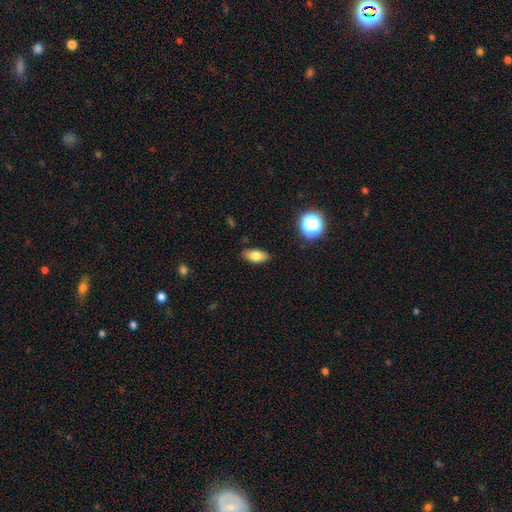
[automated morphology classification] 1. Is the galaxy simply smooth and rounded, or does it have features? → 79% smooth, 12% featured or disk, 9% star or artifact.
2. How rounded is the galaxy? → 87% in between, 7% cigar-shaped, 6% round.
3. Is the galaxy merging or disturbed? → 85% none, 11% minor disturbance, 2% major disturbance, 1% merger.